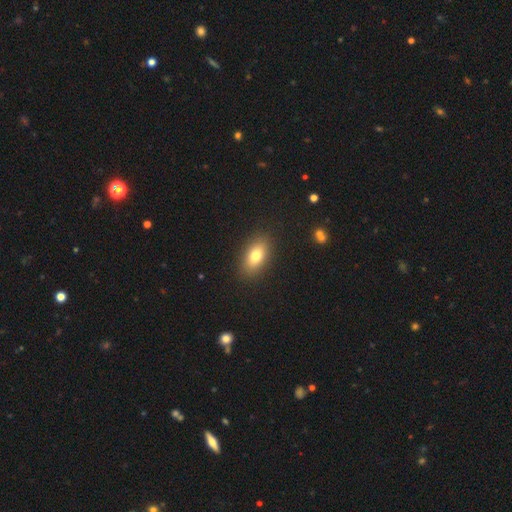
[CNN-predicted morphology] Smooth or featured?
  - smooth: 78% *
  - featured or disk: 14%
  - star or artifact: 9%
How rounded?
  - in between: 88% *
  - round: 8%
  - cigar-shaped: 4%
Merging?
  - none: 88% *
  - minor disturbance: 8%
  - major disturbance: 3%
  - merger: 1%